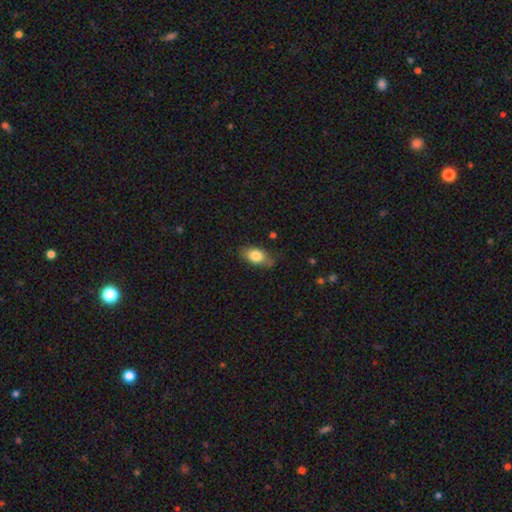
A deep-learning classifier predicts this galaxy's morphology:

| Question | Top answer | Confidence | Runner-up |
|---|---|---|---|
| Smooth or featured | smooth | 78% | featured or disk (15%) |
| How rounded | in between | 86% | round (8%) |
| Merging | none | 73% | minor disturbance (21%) |